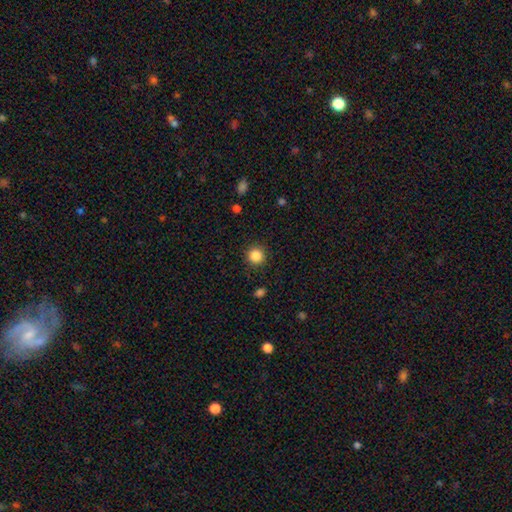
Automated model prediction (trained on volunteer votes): Overall: smooth (86%). How rounded: round (94%). Merging: none (91%).